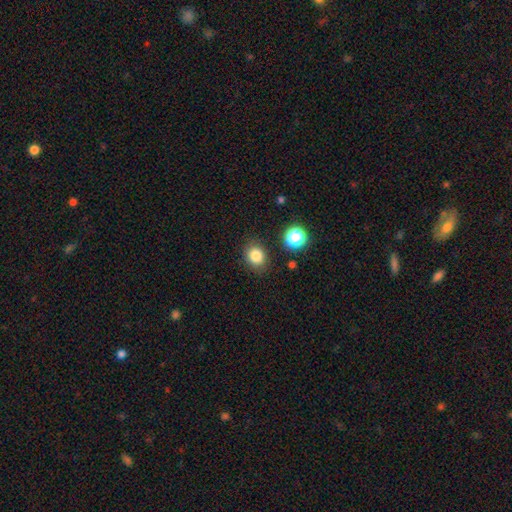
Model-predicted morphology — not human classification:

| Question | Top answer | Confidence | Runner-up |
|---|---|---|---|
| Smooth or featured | smooth | 83% | star or artifact (12%) |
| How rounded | round | 57% | in between (42%) |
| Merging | none | 84% | minor disturbance (10%) |